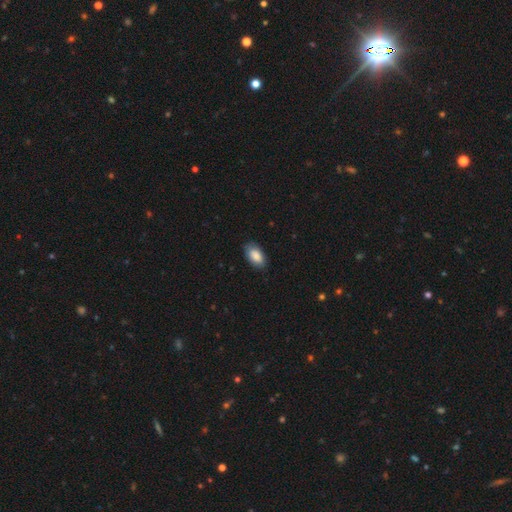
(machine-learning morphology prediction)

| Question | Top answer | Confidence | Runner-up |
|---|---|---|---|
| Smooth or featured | smooth | 87% | featured or disk (7%) |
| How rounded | in between | 94% | round (4%) |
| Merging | none | 83% | minor disturbance (14%) |